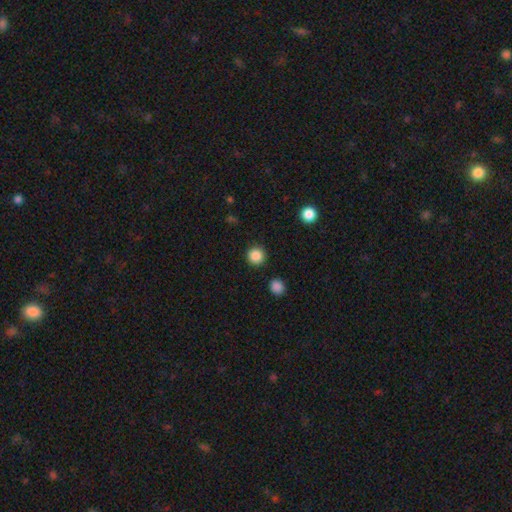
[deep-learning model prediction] smooth_or_featured: smooth (p=0.87) [alt: star or artifact p=0.10]
how_rounded: round (p=0.95) [alt: in between p=0.04]
merging: none (p=0.91) [alt: minor disturbance p=0.05]